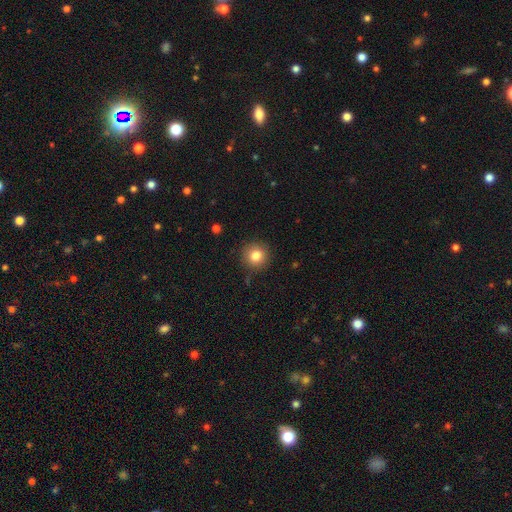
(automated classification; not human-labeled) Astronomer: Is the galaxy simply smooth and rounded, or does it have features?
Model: smooth — 82%.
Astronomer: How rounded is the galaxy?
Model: round — 94%.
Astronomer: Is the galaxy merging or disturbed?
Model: none — 87%.